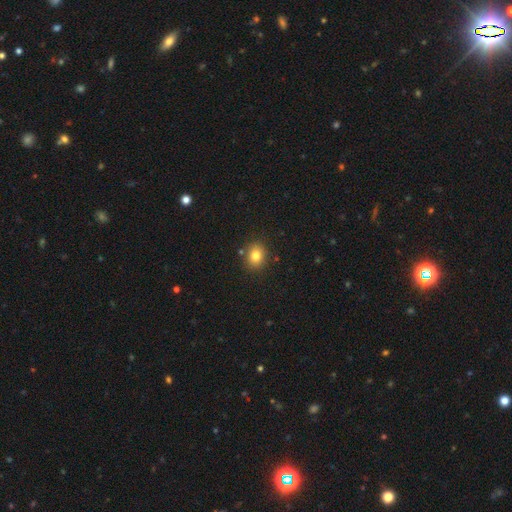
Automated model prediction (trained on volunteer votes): Smooth or featured? smooth (80%)
How rounded? round (67%)
Merging? none (85%)